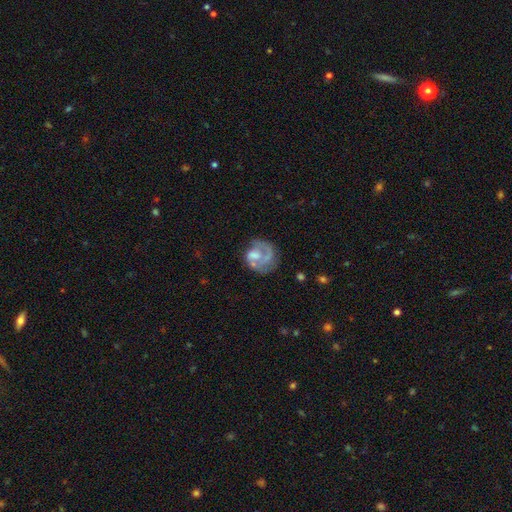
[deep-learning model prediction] Q: Smooth or featured?
A: featured or disk (64%); runner-up: smooth (28%)
Q: Edge-on disk?
A: no (98%); runner-up: yes (2%)
Q: Bar?
A: no (68%); runner-up: weak (27%)
Q: Spiral arms?
A: yes (72%); runner-up: no (28%)
Q: Bulge size?
A: moderate (34%); runner-up: none (31%)
Q: Merging?
A: none (48%); runner-up: major disturbance (26%)